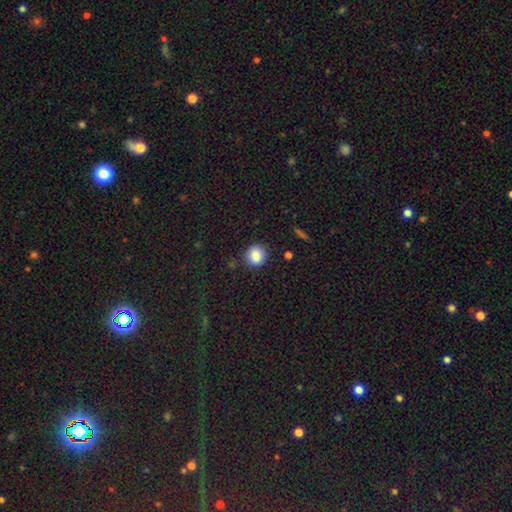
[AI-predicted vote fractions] The model was most divided on "how rounded": round: 81%, in between: 18%, cigar-shaped: 1%. More confident: smooth or featured — smooth (86%); merging — none (85%).